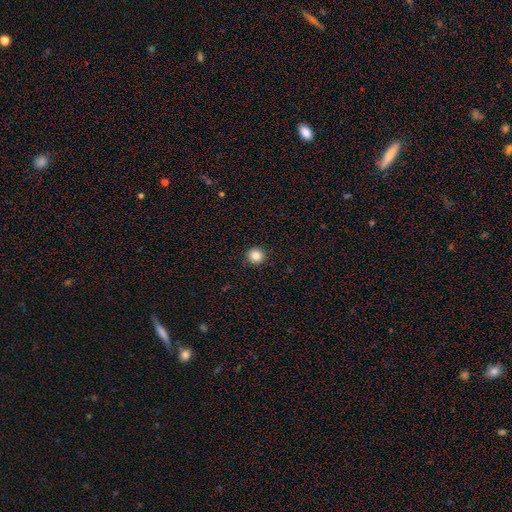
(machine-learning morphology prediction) The model was most divided on "smooth or featured": smooth: 85%, star or artifact: 11%, featured or disk: 5%. More confident: how rounded — round (94%); merging — none (91%).